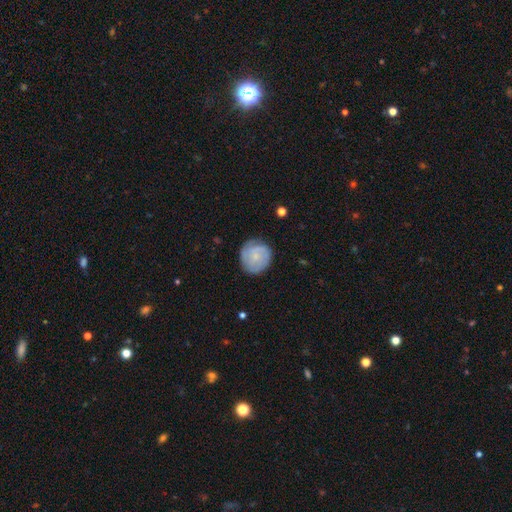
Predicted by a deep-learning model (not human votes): smooth-or-featured: smooth: 48% | featured or disk: 45% | star or artifact: 7%
  merging: none: 74% | minor disturbance: 19% | major disturbance: 6% | merger: 1%